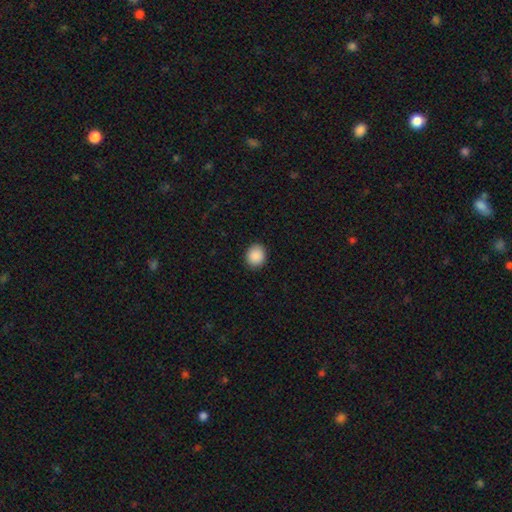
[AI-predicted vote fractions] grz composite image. It shows a smooth galaxy with no disk features (90%) that is round (70%). Merging: none (90%).